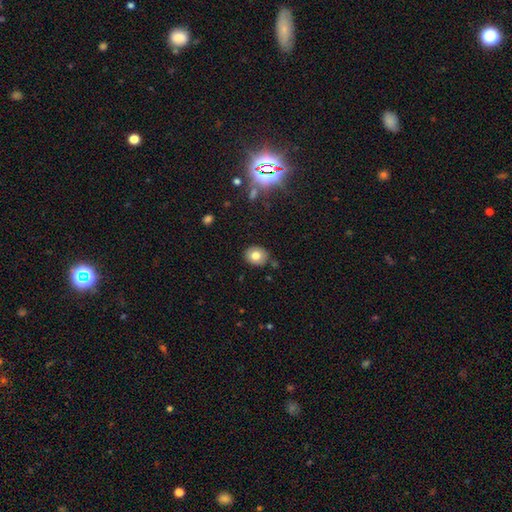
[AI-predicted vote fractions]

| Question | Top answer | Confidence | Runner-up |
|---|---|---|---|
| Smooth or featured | smooth | 77% | featured or disk (12%) |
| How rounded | round | 66% | in between (33%) |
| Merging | none | 85% | minor disturbance (10%) |